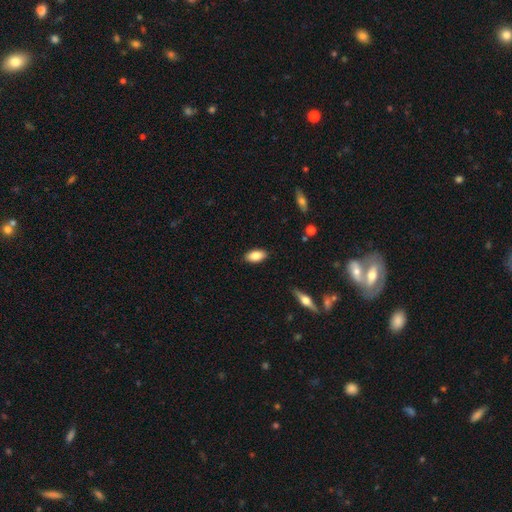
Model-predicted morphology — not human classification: smooth-or-featured: smooth: 83% | featured or disk: 10% | star or artifact: 7%
  how-rounded: in between: 92% | cigar-shaped: 5% | round: 3%
  merging: none: 88% | minor disturbance: 9% | major disturbance: 2% | merger: 1%